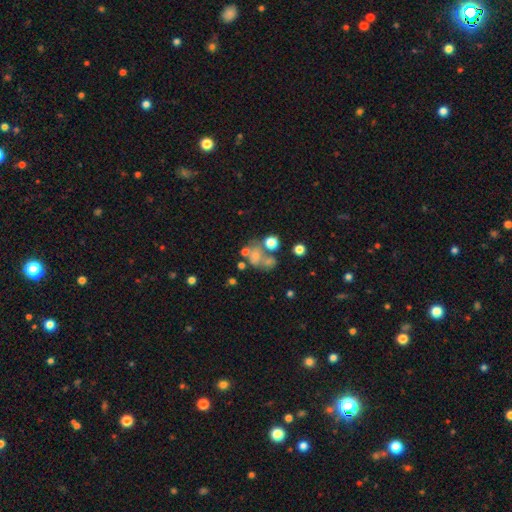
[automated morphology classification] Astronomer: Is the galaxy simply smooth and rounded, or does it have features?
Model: smooth — 52% (runner-up: featured or disk, 29%).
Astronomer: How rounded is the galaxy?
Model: round — 52% (runner-up: in between, 46%).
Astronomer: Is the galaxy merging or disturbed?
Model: merger — 40% (runner-up: none, 29%).